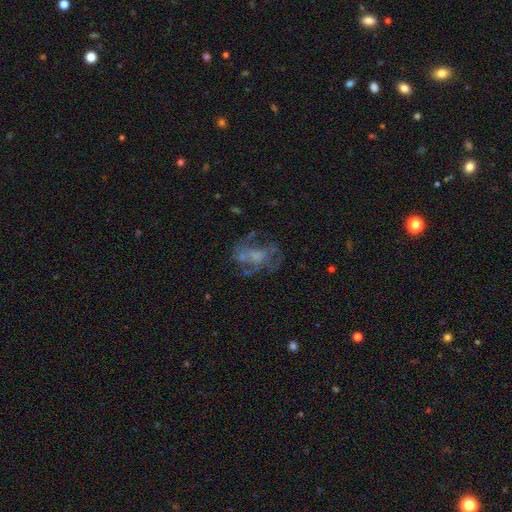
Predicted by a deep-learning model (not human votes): smooth_or_featured: featured or disk (p=0.65) [alt: smooth p=0.22]
disk_edge_on: no (p=0.97) [alt: yes p=0.03]
bar: no (p=0.74) [alt: weak p=0.21]
has_spiral_arms: no (p=0.53) [alt: yes p=0.47]
bulge_size: none (p=0.40) [alt: moderate p=0.26]
merging: none (p=0.49) [alt: major disturbance p=0.28]